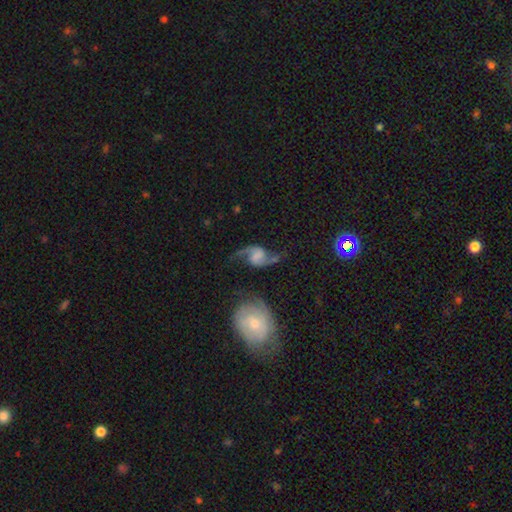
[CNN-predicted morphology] type=featured or disk (85%); edge-on=no (97%); bar=weak (44%); spiral arms=yes (96%); winding=loose (73%); arm count=2 (93%); bulge=none (47%); merging=none (62%).